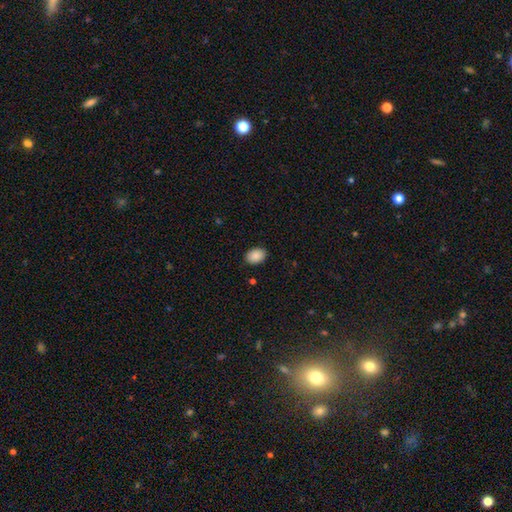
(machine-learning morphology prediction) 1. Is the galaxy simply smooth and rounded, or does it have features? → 90% smooth, 7% star or artifact, 3% featured or disk.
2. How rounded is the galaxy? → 81% in between, 18% round, 1% cigar-shaped.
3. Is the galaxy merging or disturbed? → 89% none, 8% minor disturbance, 2% major disturbance, 1% merger.